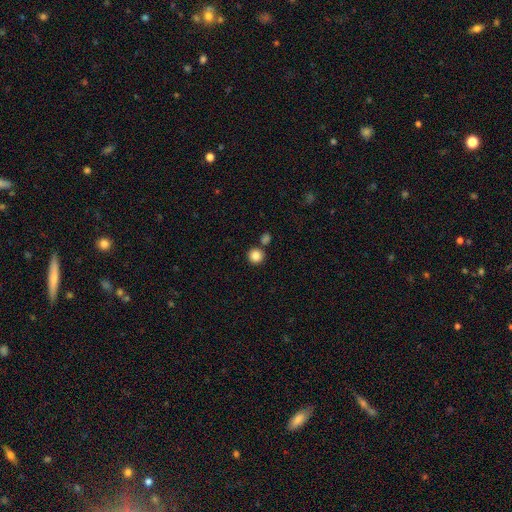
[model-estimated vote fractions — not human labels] A smooth galaxy with no disk features (86%) that is round (94%). Merging: none (79%).